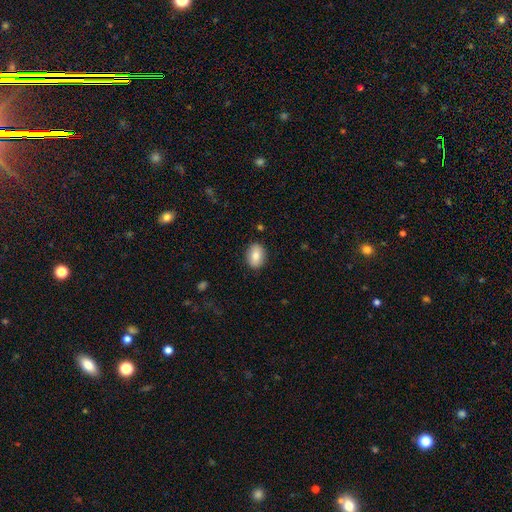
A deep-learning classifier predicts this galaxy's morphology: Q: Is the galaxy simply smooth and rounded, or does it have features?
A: smooth — 82%.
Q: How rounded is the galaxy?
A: in between — 75%.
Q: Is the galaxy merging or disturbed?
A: none — 88%.